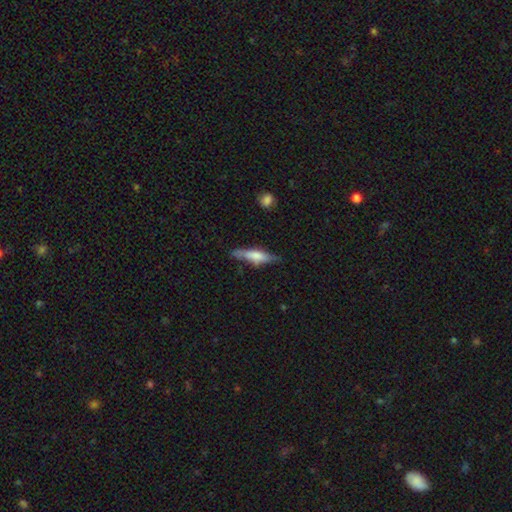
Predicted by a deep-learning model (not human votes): The model was most divided on "smooth or featured": smooth: 53%, featured or disk: 41%, star or artifact: 6%. More confident: how rounded — cigar-shaped (77%); merging — none (73%).